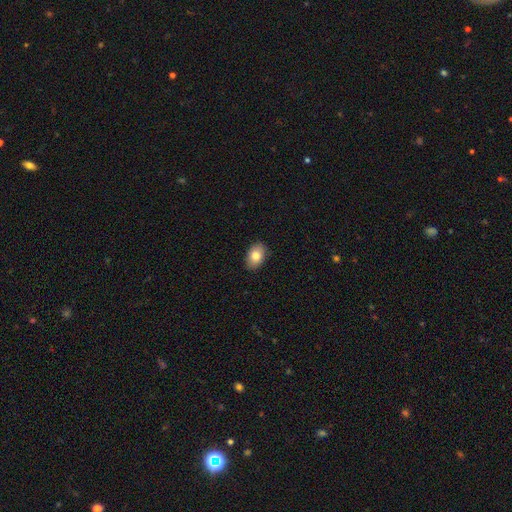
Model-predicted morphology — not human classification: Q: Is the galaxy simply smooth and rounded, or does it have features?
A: smooth — 81%.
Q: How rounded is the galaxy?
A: in between — 85%.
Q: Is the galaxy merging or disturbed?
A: none — 88%.